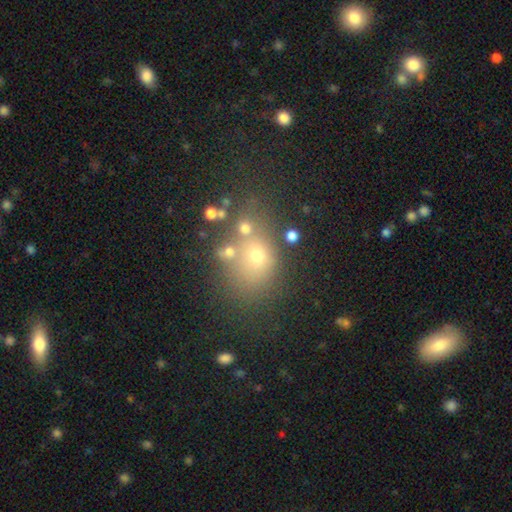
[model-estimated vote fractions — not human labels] smooth_or_featured: smooth (p=0.54) [alt: star or artifact p=0.29]
how_rounded: round (p=0.56) [alt: in between p=0.43]
merging: none (p=0.57) [alt: merger p=0.22]